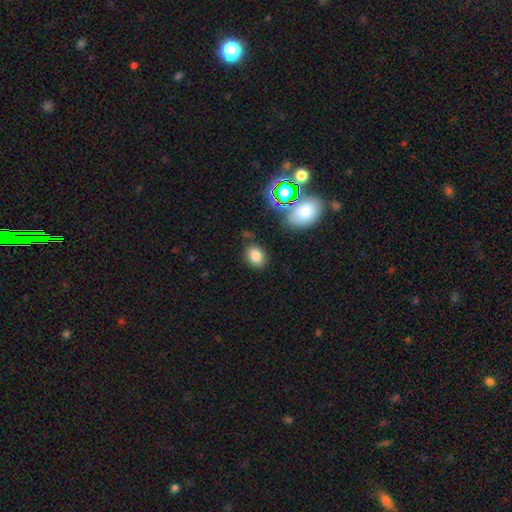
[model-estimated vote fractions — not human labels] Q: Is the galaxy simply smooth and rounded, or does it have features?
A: smooth — 81%.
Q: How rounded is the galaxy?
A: in between — 71%.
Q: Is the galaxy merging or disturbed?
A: none — 80%.